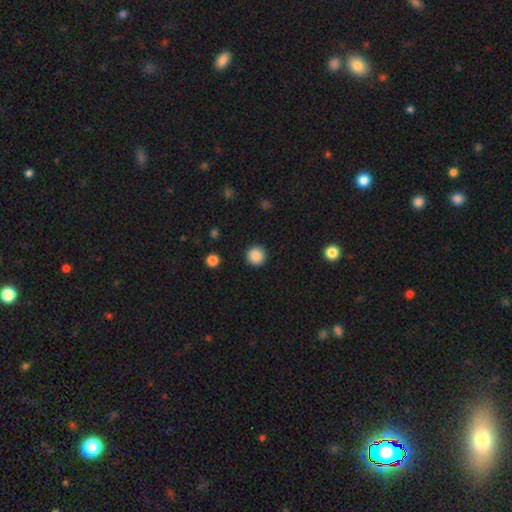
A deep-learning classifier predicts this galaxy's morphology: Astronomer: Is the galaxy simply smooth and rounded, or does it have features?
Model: smooth — 88%.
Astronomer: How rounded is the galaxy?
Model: round — 96%.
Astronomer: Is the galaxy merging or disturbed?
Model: none — 92%.